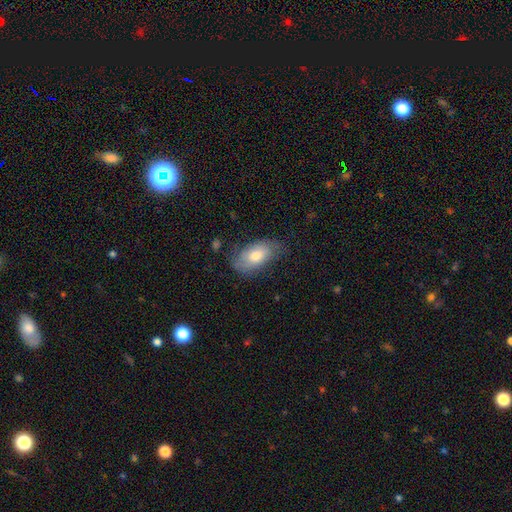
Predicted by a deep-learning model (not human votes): Overall: smooth (67%). How rounded: in between (92%). Merging: none (64%; minor disturbance 27%).